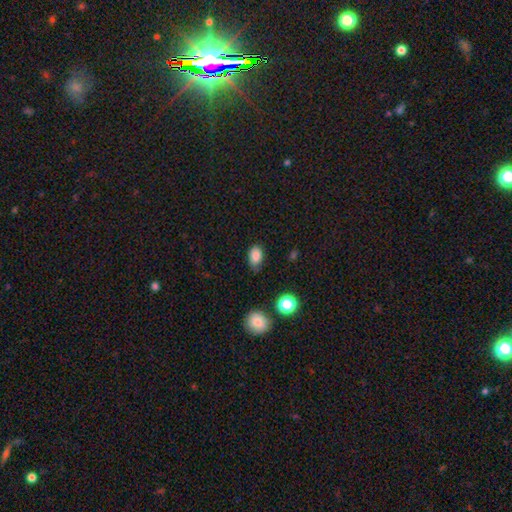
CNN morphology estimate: This is clearly a smooth galaxy (84%). How rounded: clearly in between (84%). Merging: likely none (67%).